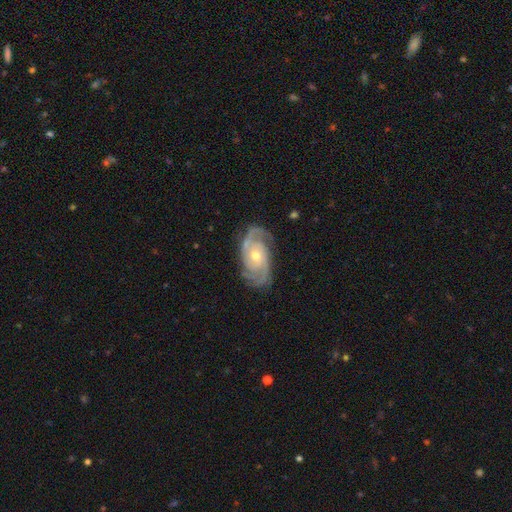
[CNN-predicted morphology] type=featured or disk (92%); edge-on=no (97%); bar=no (70%); spiral arms=yes (98%); winding=tight (60%); arm count=2 (36%); bulge=moderate (58%); merging=none (80%).